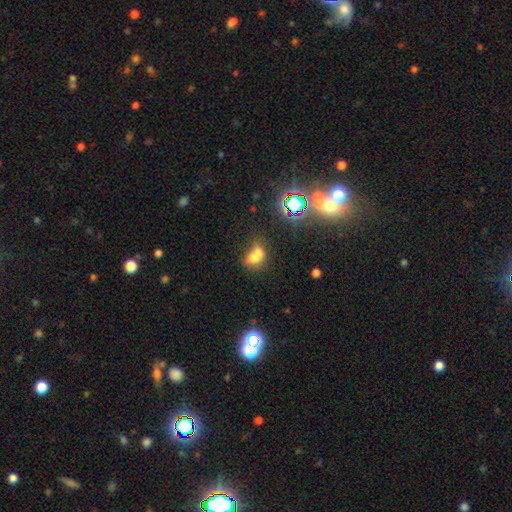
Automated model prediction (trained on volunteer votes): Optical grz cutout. It shows a smooth galaxy with no disk features (63%) that is in between round and cigar-shaped (65%). Merging: merger (53%).